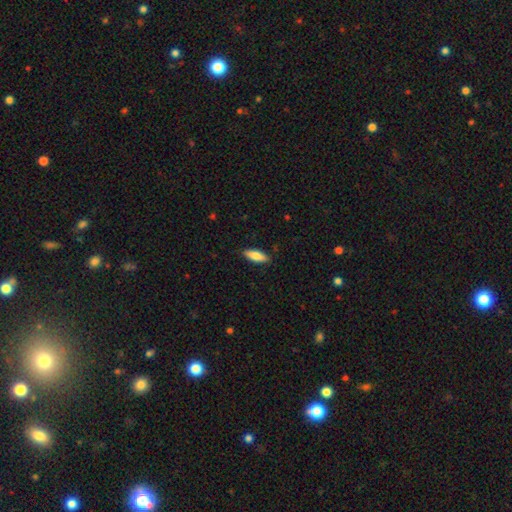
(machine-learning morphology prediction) Q: Smooth or featured?
A: smooth (79%); runner-up: featured or disk (15%)
Q: How rounded?
A: in between (63%); runner-up: cigar-shaped (35%)
Q: Merging?
A: none (86%); runner-up: minor disturbance (11%)